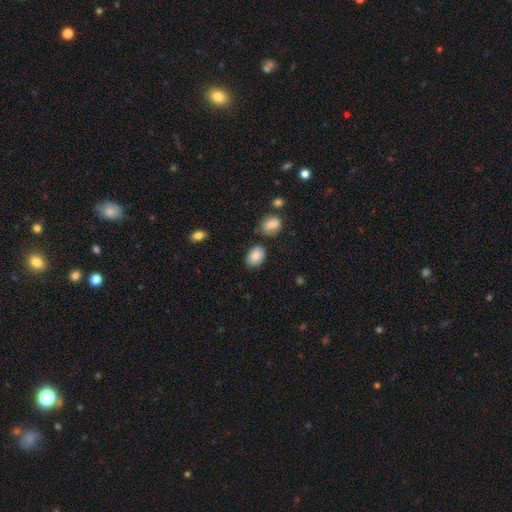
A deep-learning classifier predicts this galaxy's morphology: type=smooth (87%); roundness=in between (78%); merging=none (78%).